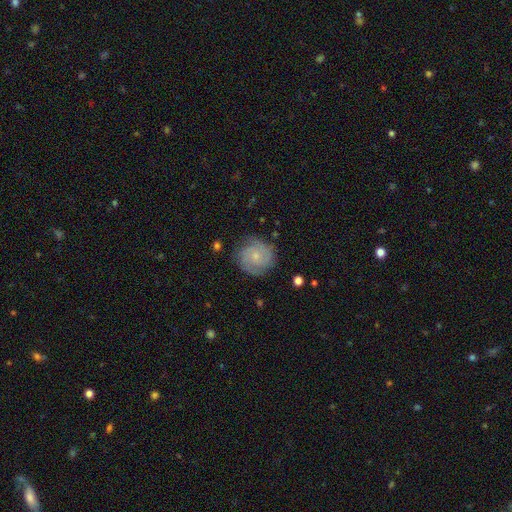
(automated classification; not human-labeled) smooth_or_featured: featured or disk (p=0.59) [alt: smooth p=0.34]
disk_edge_on: no (p=0.98) [alt: yes p=0.02]
bar: no (p=0.76) [alt: weak p=0.21]
has_spiral_arms: yes (p=0.88) [alt: no p=0.12]
spiral_winding: tight (p=0.55) [alt: medium p=0.34]
spiral_arm_count: 2 (p=0.44) [alt: can't tell p=0.27]
bulge_size: small (p=0.70) [alt: moderate p=0.23]
merging: none (p=0.76) [alt: minor disturbance p=0.18]